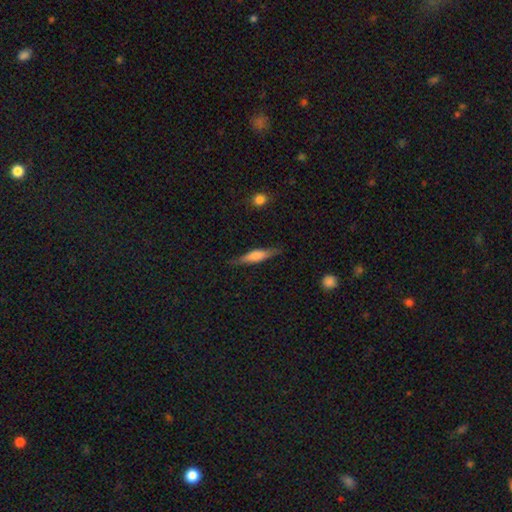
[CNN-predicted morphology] Smooth or featured: smooth — 60% (featured or disk — 34%)
How rounded: cigar-shaped — 76% (in between — 22%)
Merging: none — 81% (minor disturbance — 14%)